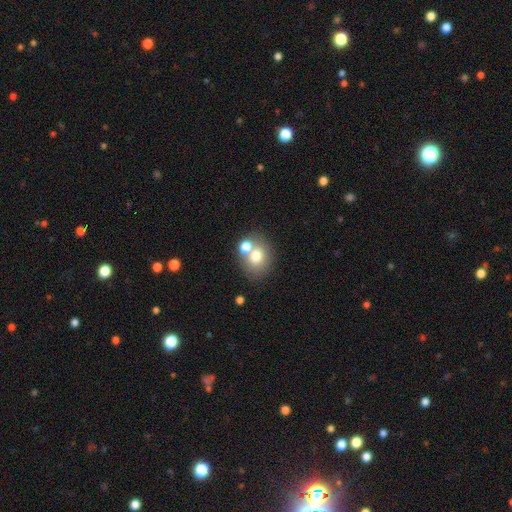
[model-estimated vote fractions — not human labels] This is likely a smooth galaxy (71%). How rounded: likely round (61%). Merging: possibly none (53%).